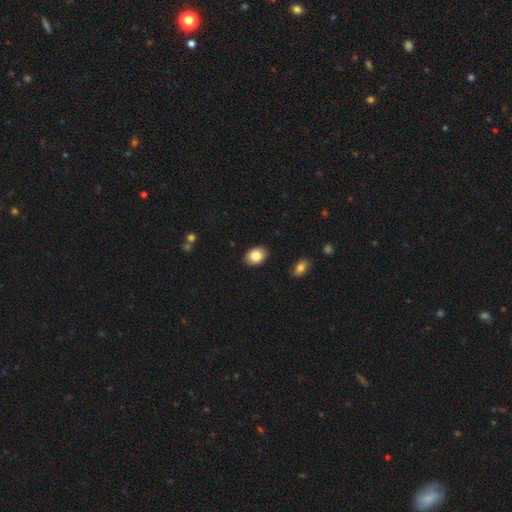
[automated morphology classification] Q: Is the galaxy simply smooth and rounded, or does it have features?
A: smooth — 84%.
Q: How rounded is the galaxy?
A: in between — 74%.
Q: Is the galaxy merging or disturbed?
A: none — 89%.